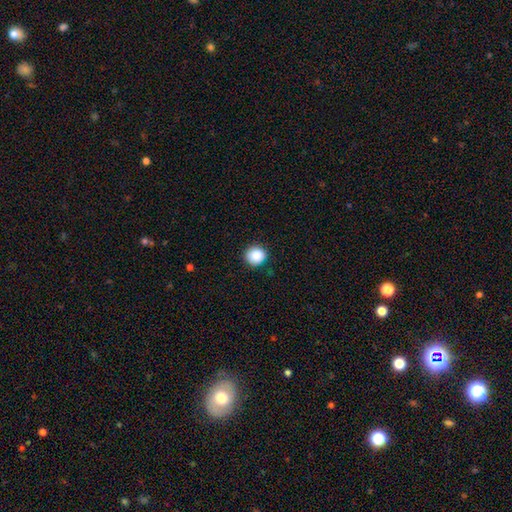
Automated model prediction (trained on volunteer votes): Morphology: type=smooth (88%); roundness=round (93%); merging=none (88%).